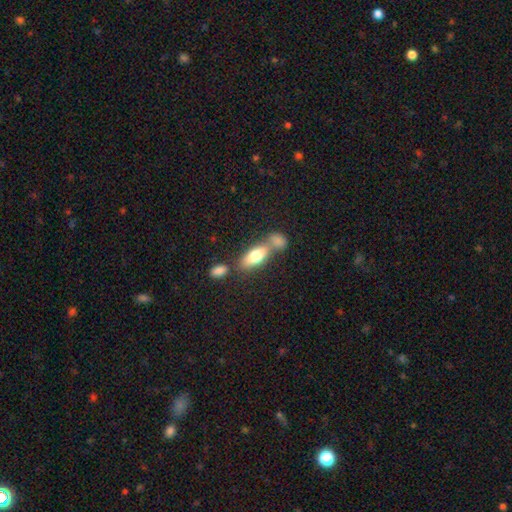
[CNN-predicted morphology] Overall: smooth (70%). How rounded: in between (74%). Merging: none (48%; merger 35%).